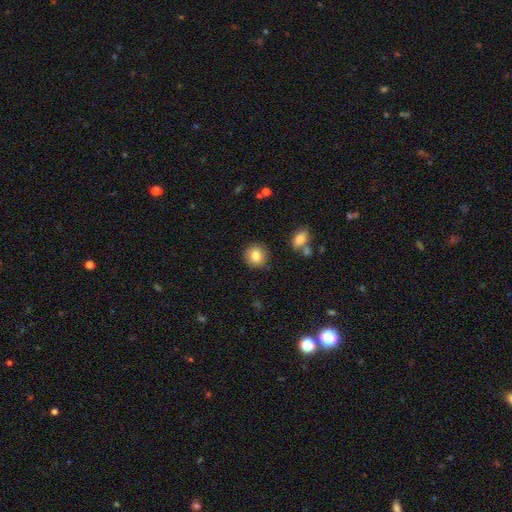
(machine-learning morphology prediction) A smooth galaxy with no disk features (83%) that is round (88%).

Vote fractions:
- Smooth or featured? smooth: 83% / star or artifact: 9% / featured or disk: 8%
- How rounded? round: 88% / in between: 11% / cigar-shaped: 1%
- Merging? none: 88% / minor disturbance: 8% / major disturbance: 2% / merger: 2%